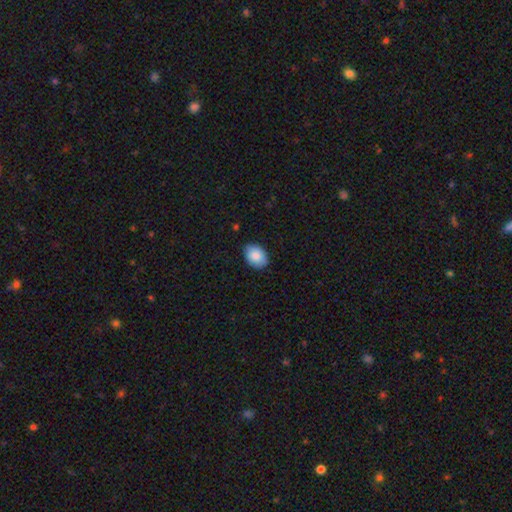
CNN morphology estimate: This is clearly a smooth galaxy (86%). How rounded: likely in between (78%). Merging: clearly none (85%).